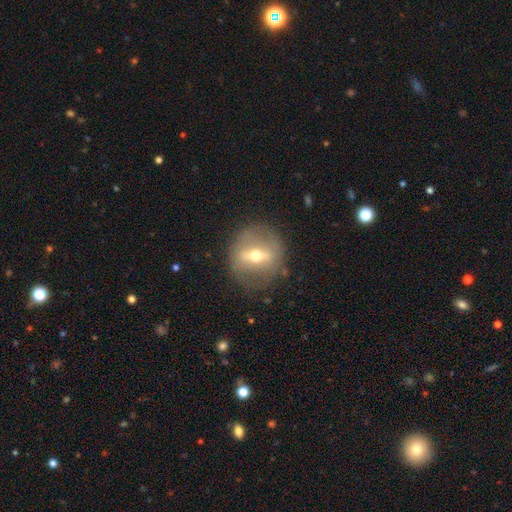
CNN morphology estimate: Smooth or featured? Predicted: featured or disk (p=0.69). Edge-on disk? Predicted: no (p=0.75). Bar? Predicted: strong (p=0.64). Spiral arms? Predicted: no (p=0.79). Bulge size? Predicted: moderate (p=0.66). Merging? Predicted: none (p=0.81).